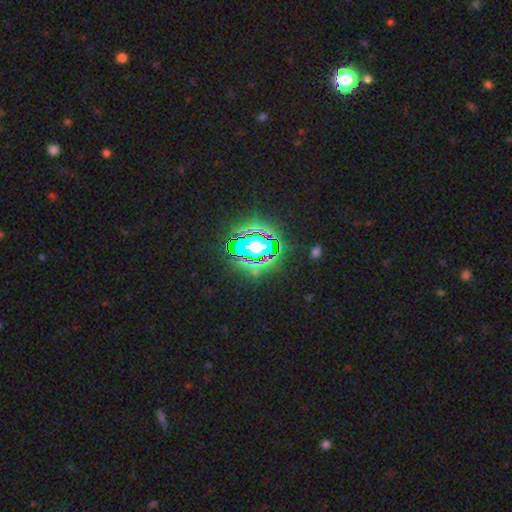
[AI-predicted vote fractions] Smooth or featured?
  - star or artifact: 78% *
  - smooth: 13%
  - featured or disk: 9%